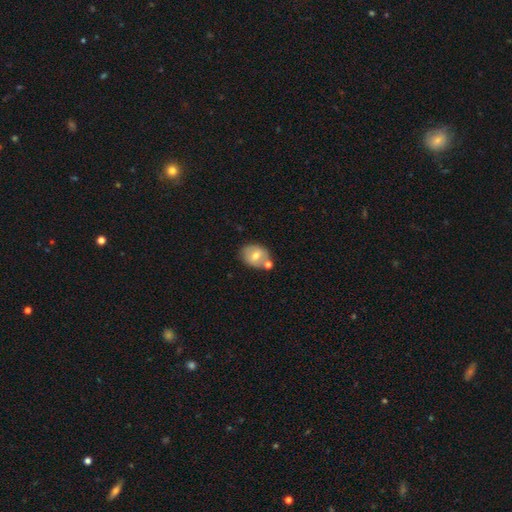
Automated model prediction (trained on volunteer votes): smooth_or_featured: smooth (p=0.65) [alt: featured or disk p=0.27]
how_rounded: in between (p=0.55) [alt: round p=0.44]
merging: none (p=0.64) [alt: merger p=0.19]